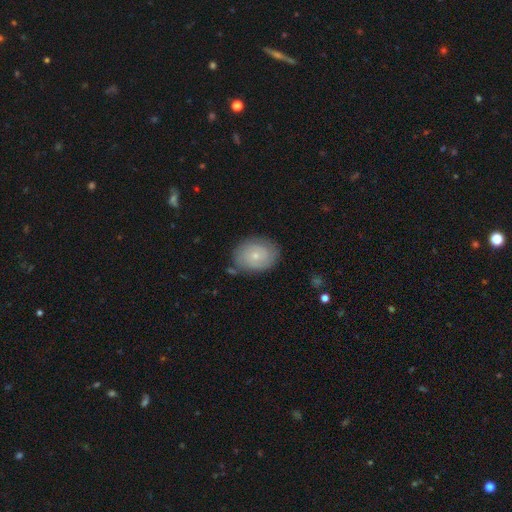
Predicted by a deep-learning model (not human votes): Smooth or featured? Predicted: smooth (p=0.58). How rounded? Predicted: in between (p=0.65). Merging? Predicted: none (p=0.75).